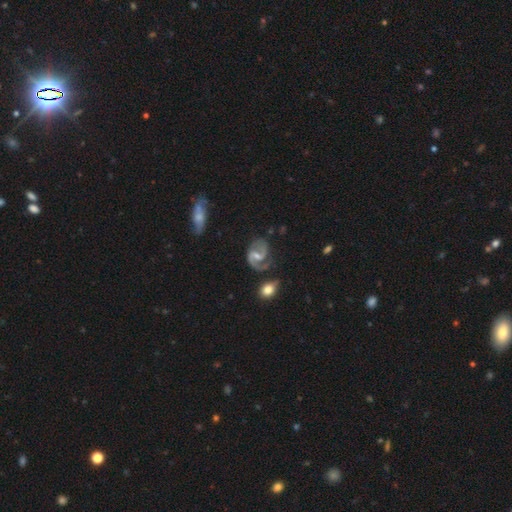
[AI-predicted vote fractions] Smooth or featured? featured or disk (86%)
Edge-on disk? no (97%)
Bar? weak (50%)
Spiral arms? yes (96%)
Spiral winding? medium (56%)
Spiral arm count? 2 (87%)
Bulge size? small (47%)
Merging? none (66%)